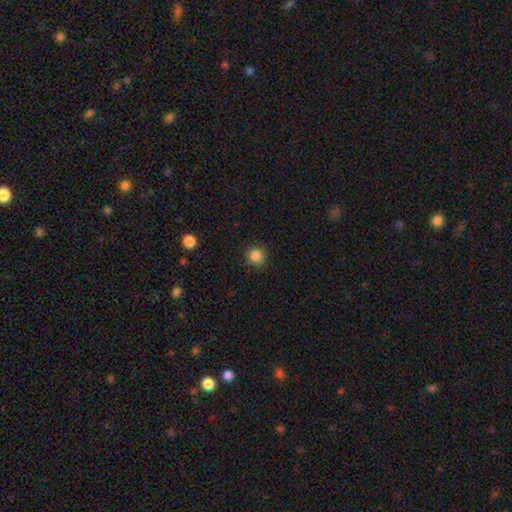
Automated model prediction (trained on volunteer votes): A smooth galaxy with no disk features (86%) that is round (94%).

Vote fractions:
- Smooth or featured? smooth: 86% / star or artifact: 11% / featured or disk: 3%
- How rounded? round: 94% / in between: 5% / cigar-shaped: 1%
- Merging? none: 90% / minor disturbance: 6% / major disturbance: 2% / merger: 1%